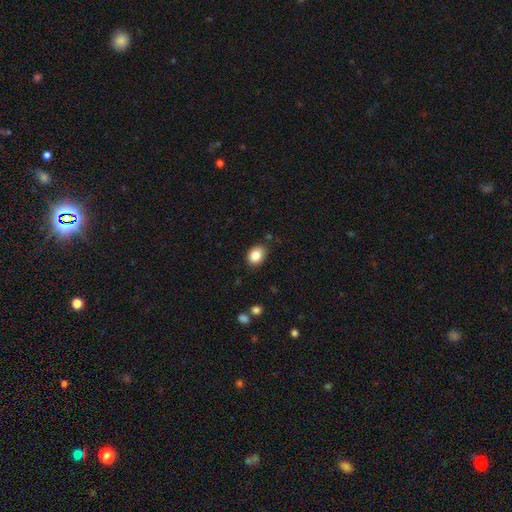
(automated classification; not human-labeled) A smooth galaxy with no disk features (86%) that is in between round and cigar-shaped (64%).

Vote fractions:
- Smooth or featured? smooth: 86% / star or artifact: 9% / featured or disk: 5%
- How rounded? in between: 64% / round: 35% / cigar-shaped: 1%
- Merging? none: 82% / minor disturbance: 13% / major disturbance: 3% / merger: 2%